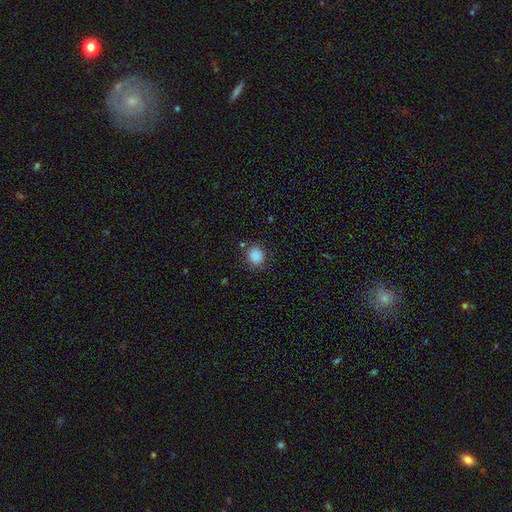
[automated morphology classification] type=smooth (87%); roundness=round (80%); merging=none (82%).